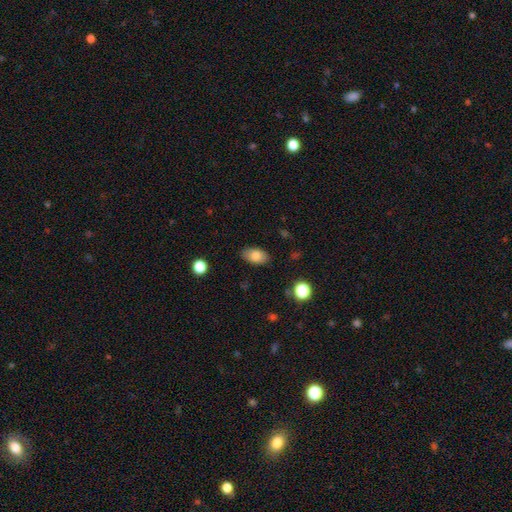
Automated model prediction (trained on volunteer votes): Smooth or featured? smooth (80%)
How rounded? in between (91%)
Merging? none (85%)